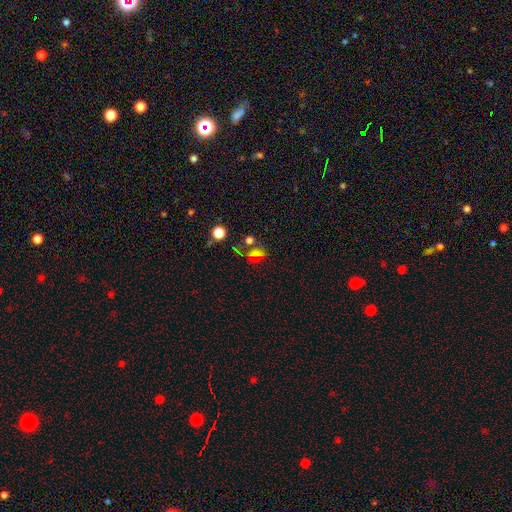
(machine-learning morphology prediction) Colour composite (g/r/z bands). It shows a smooth galaxy with no disk features (45%). Merging: none (60%).